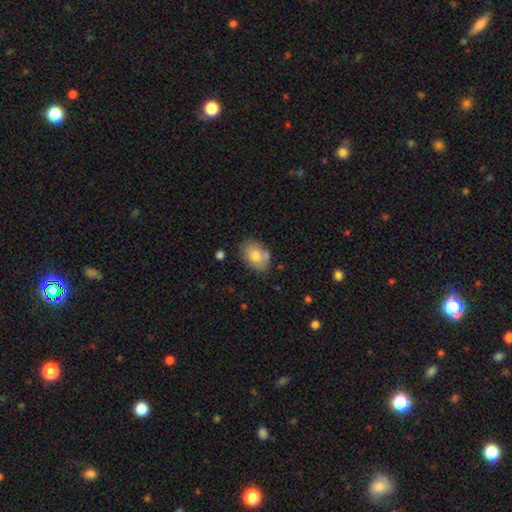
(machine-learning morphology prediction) Q: Smooth or featured?
A: smooth (77%); runner-up: featured or disk (15%)
Q: How rounded?
A: in between (79%); runner-up: round (20%)
Q: Merging?
A: none (75%); runner-up: minor disturbance (15%)